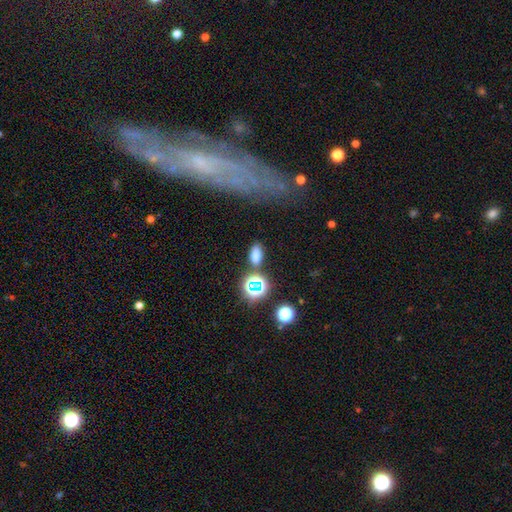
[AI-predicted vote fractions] This appears to be a smooth galaxy with no disk features (72%) that is in between round and cigar-shaped (85%). Merging: none (78%).